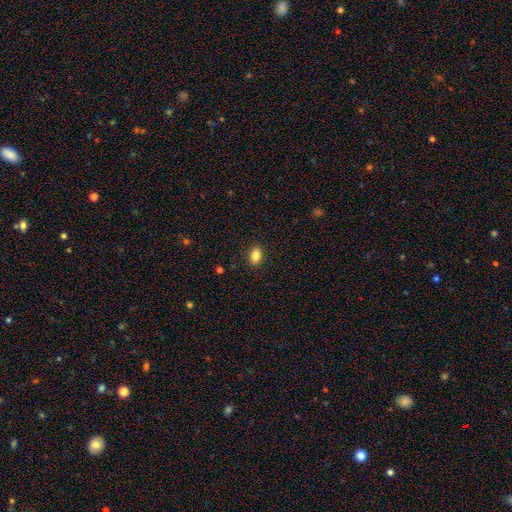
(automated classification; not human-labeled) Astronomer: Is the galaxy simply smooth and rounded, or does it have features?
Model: smooth — 85%.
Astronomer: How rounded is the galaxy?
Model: in between — 83%.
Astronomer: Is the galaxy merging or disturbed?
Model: none — 89%.